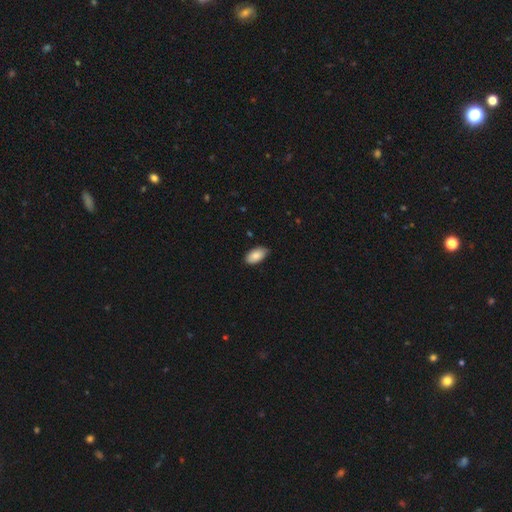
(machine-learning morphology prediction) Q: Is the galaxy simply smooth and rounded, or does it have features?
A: smooth — 85%.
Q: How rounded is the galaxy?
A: in between — 95%.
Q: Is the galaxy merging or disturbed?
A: none — 81%.